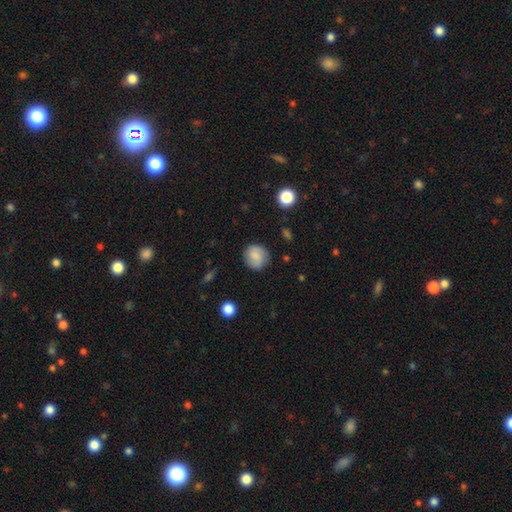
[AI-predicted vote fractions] The model was most divided on "smooth or featured": smooth: 69%, featured or disk: 23%, star or artifact: 8%. More confident: how rounded — round (87%); merging — none (82%).